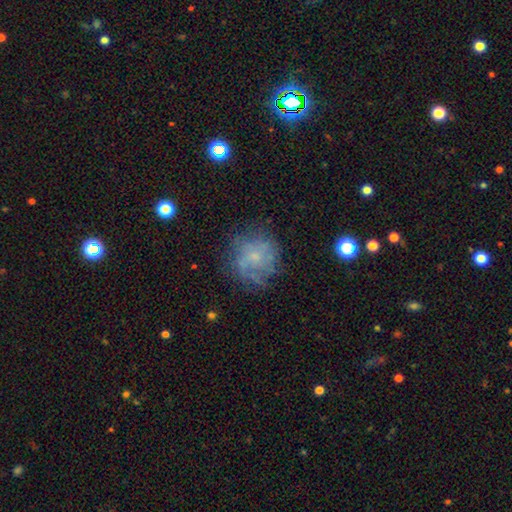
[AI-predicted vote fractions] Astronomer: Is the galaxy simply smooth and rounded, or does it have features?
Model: featured or disk — 49% (runner-up: smooth, 37%).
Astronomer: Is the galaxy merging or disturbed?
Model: none — 65%.